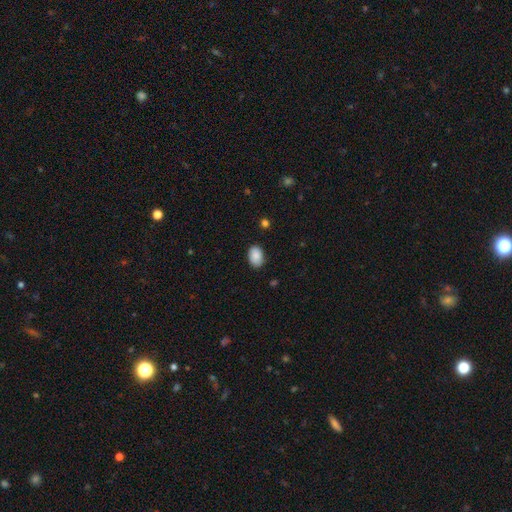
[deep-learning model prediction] smooth-or-featured: smooth: 89% | star or artifact: 7% | featured or disk: 4%
  how-rounded: in between: 85% | round: 14% | cigar-shaped: 1%
  merging: none: 84% | minor disturbance: 12% | major disturbance: 2% | merger: 1%